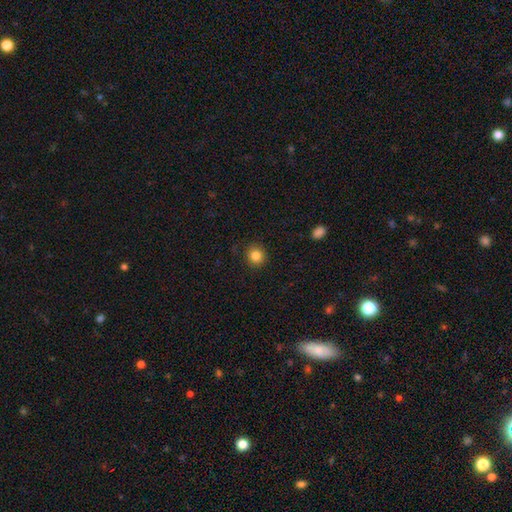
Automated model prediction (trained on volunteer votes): Smooth or featured: smooth — 84% (star or artifact — 11%)
How rounded: round — 91% (in between — 9%)
Merging: none — 90% (minor disturbance — 7%)